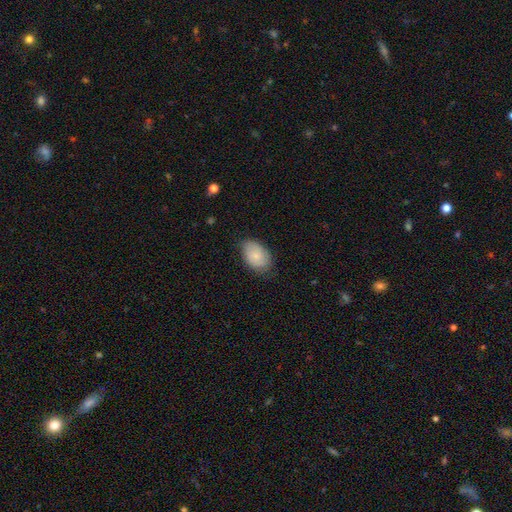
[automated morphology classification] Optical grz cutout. It shows a smooth galaxy with no disk features (79%) that is in between round and cigar-shaped (88%). Merging: none (72%).